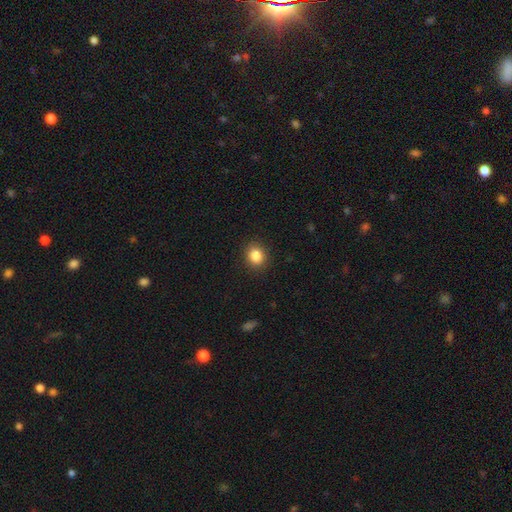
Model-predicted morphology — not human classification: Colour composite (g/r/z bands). It shows a smooth galaxy with no disk features (86%) that is round (74%). Merging: none (89%).